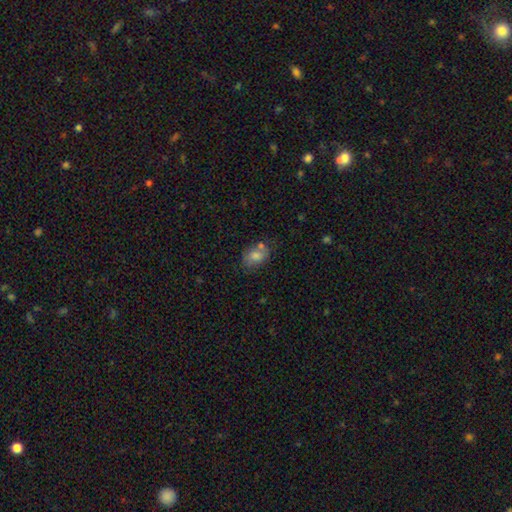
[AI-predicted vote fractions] Morphology: type=smooth (74%); roundness=in between (79%); merging=none (60%).